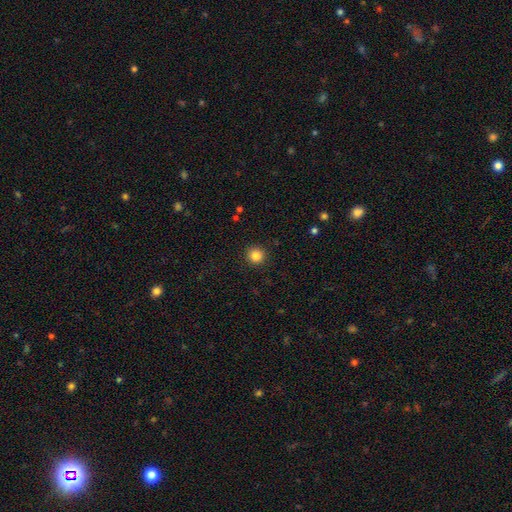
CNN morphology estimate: Smooth or featured? Predicted: smooth (p=0.84). How rounded? Predicted: round (p=0.95). Merging? Predicted: none (p=0.92).